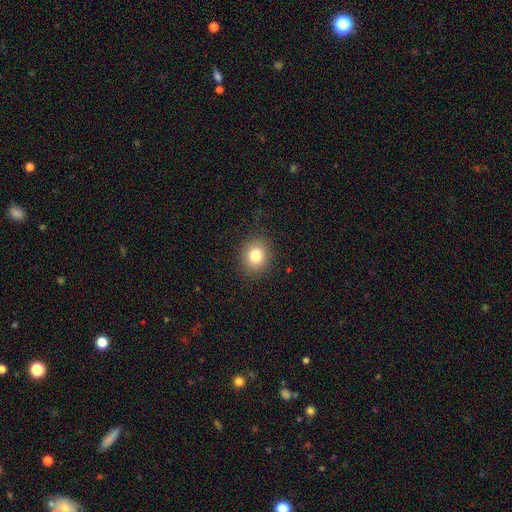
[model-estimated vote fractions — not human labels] This is clearly a smooth galaxy (81%). How rounded: likely round (67%). Merging: clearly none (88%).